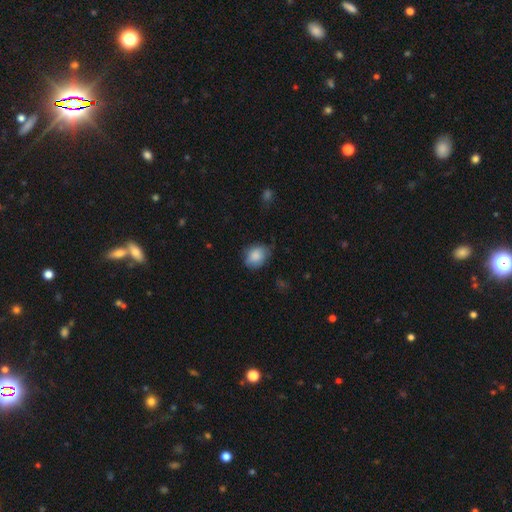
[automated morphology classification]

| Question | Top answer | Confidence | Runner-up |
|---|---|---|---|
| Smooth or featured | smooth | 86% | star or artifact (7%) |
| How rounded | in between | 56% | round (43%) |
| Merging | none | 64% | minor disturbance (29%) |